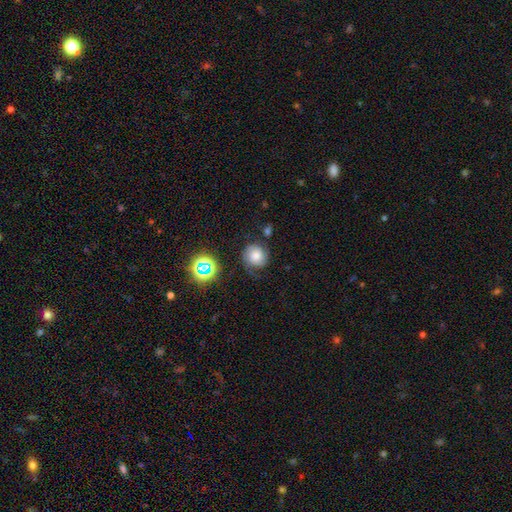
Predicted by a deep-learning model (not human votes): A smooth galaxy with no disk features (49%).

Vote fractions:
- Smooth or featured? smooth: 49% / featured or disk: 36% / star or artifact: 15%
- Merging? none: 61% / minor disturbance: 23% / major disturbance: 12% / merger: 3%